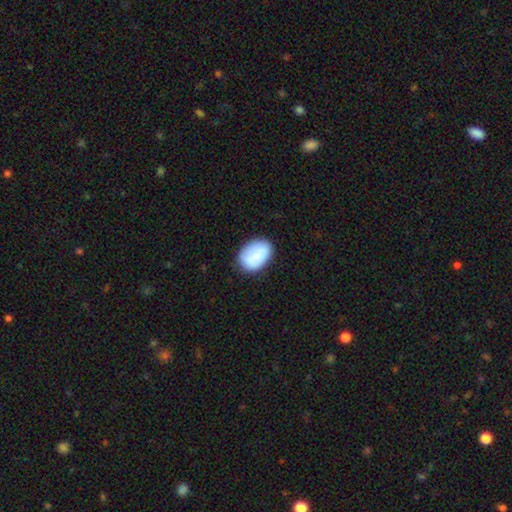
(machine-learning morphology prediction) Smooth or featured? Predicted: smooth (p=0.82). How rounded? Predicted: in between (p=0.83). Merging? Predicted: none (p=0.77).